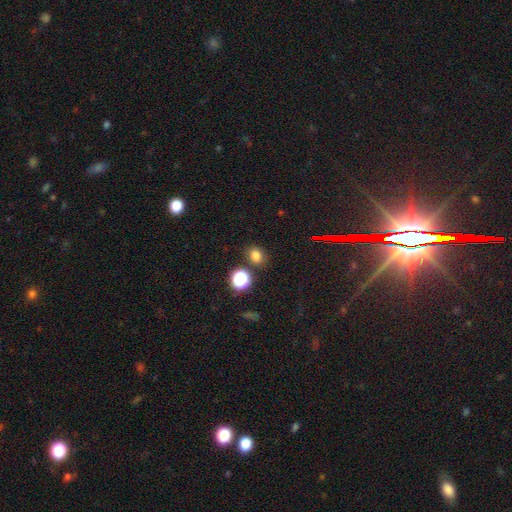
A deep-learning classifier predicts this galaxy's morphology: Smooth or featured? Predicted: smooth (p=0.76). How rounded? Predicted: in between (p=0.51). Merging? Predicted: none (p=0.78).